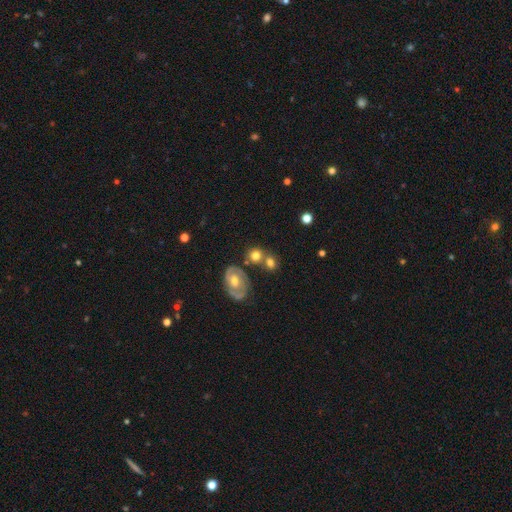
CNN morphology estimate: This is likely a smooth galaxy (66%). How rounded: likely round (70%). Merging: possibly none (53%).